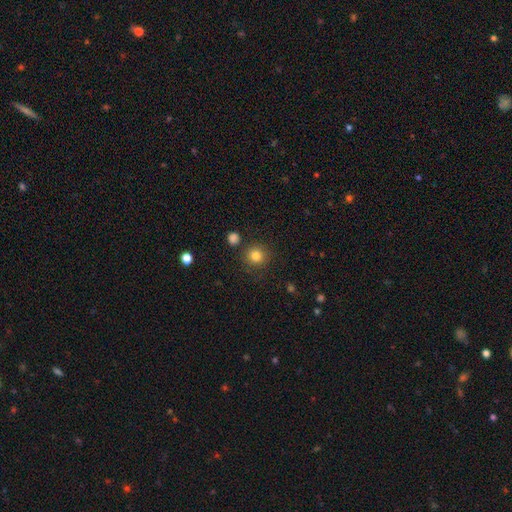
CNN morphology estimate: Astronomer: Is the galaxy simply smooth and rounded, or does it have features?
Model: smooth — 82%.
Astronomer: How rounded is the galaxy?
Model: round — 92%.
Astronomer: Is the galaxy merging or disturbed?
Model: none — 85%.